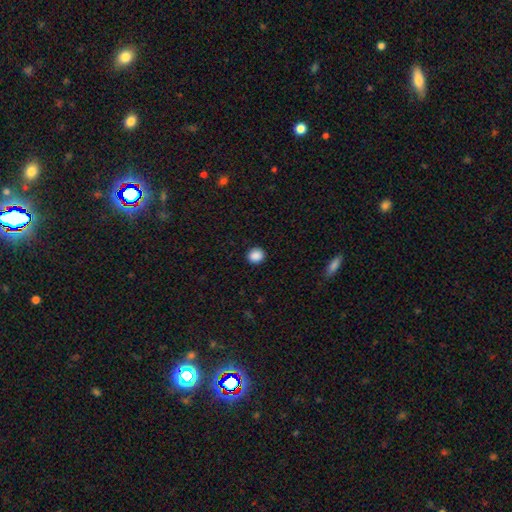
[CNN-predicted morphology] A smooth galaxy with no disk features (88%) that is round (84%). Merging: none (91%).